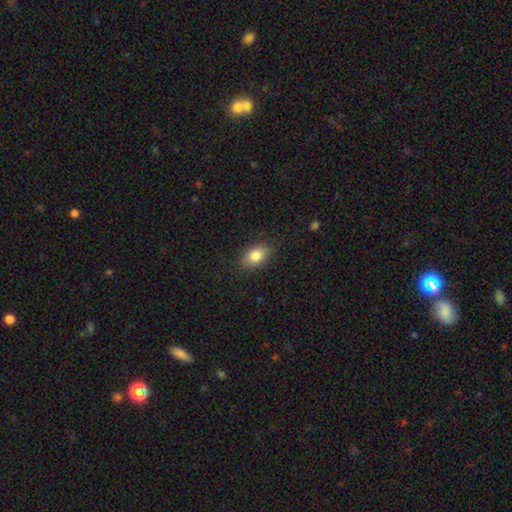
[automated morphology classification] Q: Smooth or featured?
A: smooth (83%); runner-up: star or artifact (9%)
Q: How rounded?
A: in between (81%); runner-up: round (17%)
Q: Merging?
A: none (85%); runner-up: minor disturbance (11%)